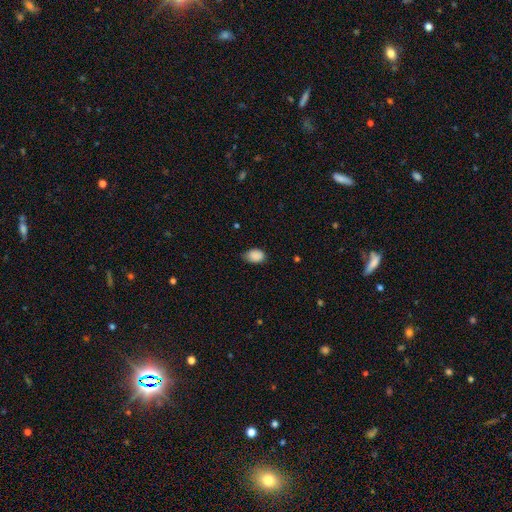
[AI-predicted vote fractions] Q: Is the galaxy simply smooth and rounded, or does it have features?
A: smooth — 89%.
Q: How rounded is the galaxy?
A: in between — 79%.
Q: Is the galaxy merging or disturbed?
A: none — 64%.